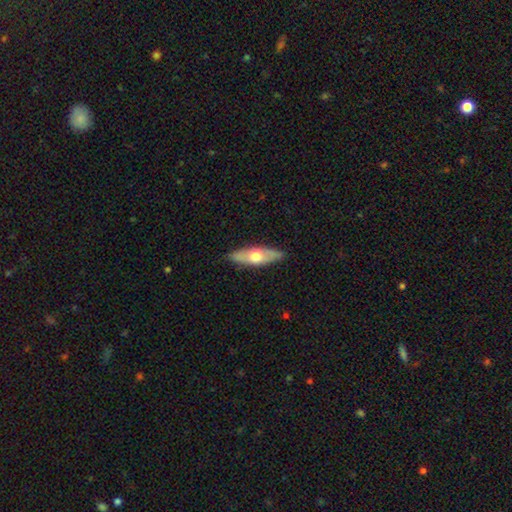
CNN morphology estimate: A smooth galaxy with no disk features (49%). Merging: none (85%).